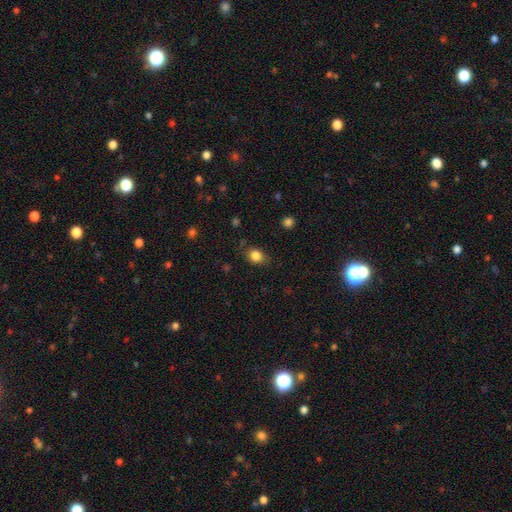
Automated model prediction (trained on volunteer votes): A smooth galaxy with no disk features (84%) that is round (51%). Merging: none (78%).